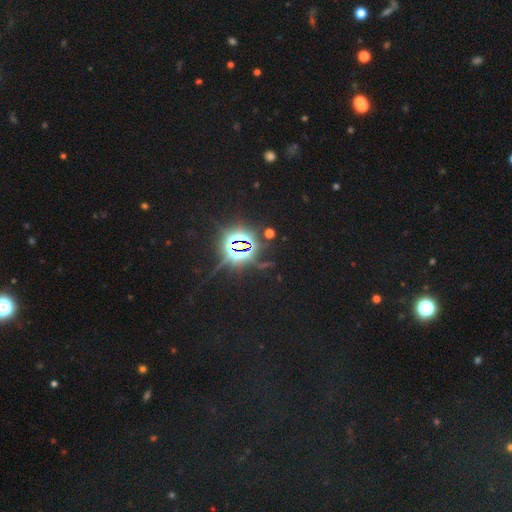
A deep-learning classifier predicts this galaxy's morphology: Smooth or featured? star or artifact (80%)